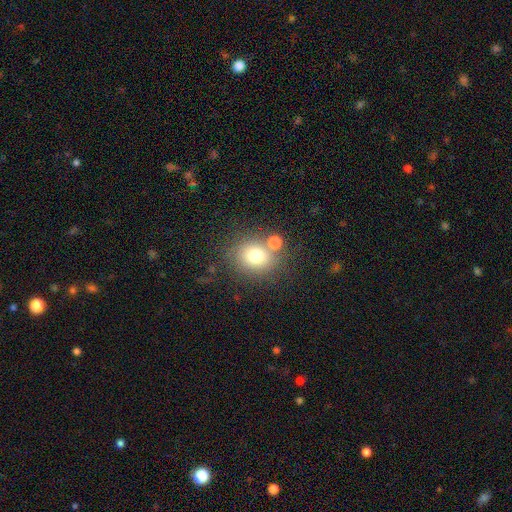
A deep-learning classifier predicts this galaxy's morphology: type=smooth (76%); roundness=round (69%); merging=none (63%).